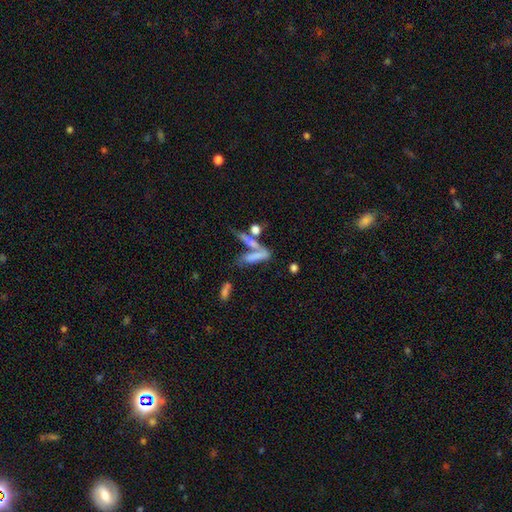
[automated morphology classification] The model was most divided on "merging": merger: 43%, none: 33%, minor disturbance: 12%, major disturbance: 11%. More confident: how rounded — cigar-shaped (72%); smooth or featured — smooth (64%).